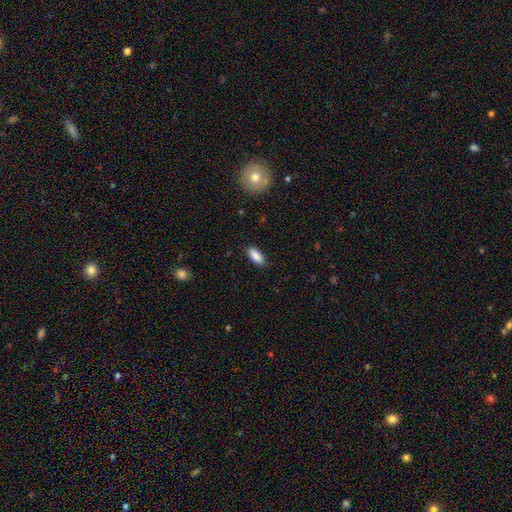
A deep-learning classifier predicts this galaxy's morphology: Q: Smooth or featured?
A: smooth (88%); runner-up: star or artifact (7%)
Q: How rounded?
A: in between (84%); runner-up: cigar-shaped (14%)
Q: Merging?
A: none (86%); runner-up: minor disturbance (10%)